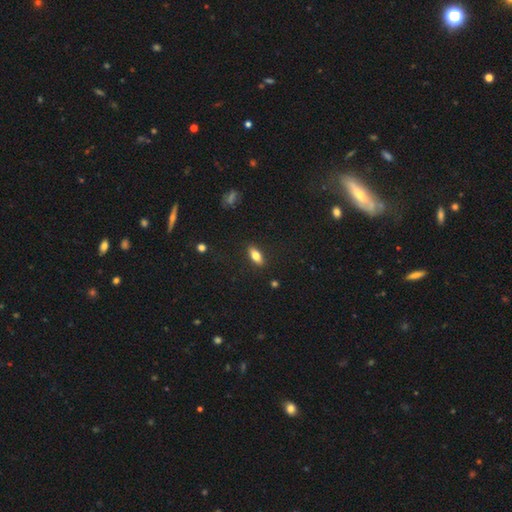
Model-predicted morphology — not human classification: Q: Smooth or featured?
A: smooth (73%); runner-up: featured or disk (19%)
Q: How rounded?
A: in between (78%); runner-up: cigar-shaped (19%)
Q: Merging?
A: none (88%); runner-up: minor disturbance (9%)